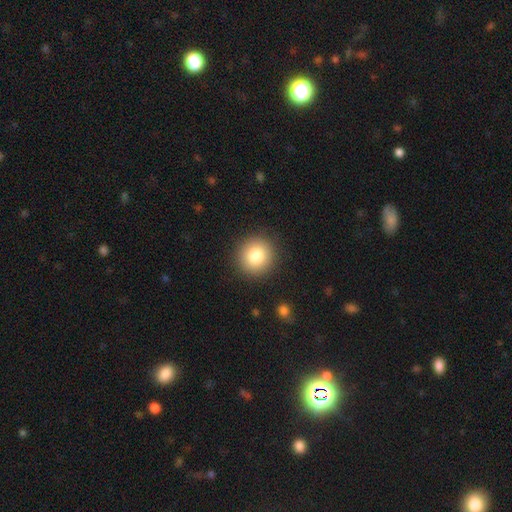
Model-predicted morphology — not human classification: smooth 81%, star or artifact 10%, featured or disk 9%. Down the decision tree: how rounded — round (94%); merging — none (91%).